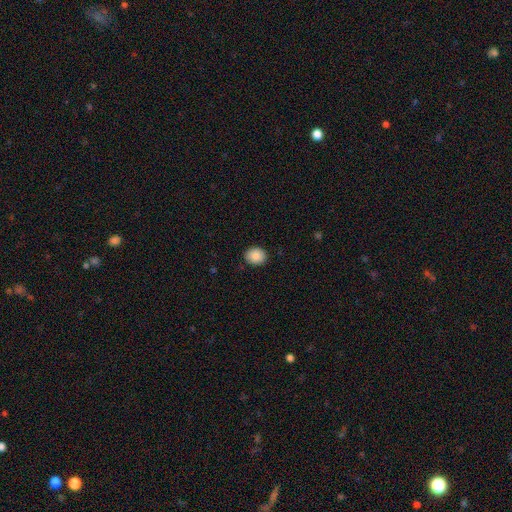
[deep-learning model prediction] This appears to be a smooth galaxy with no disk features (89%) that is round (63%). Merging: none (89%).